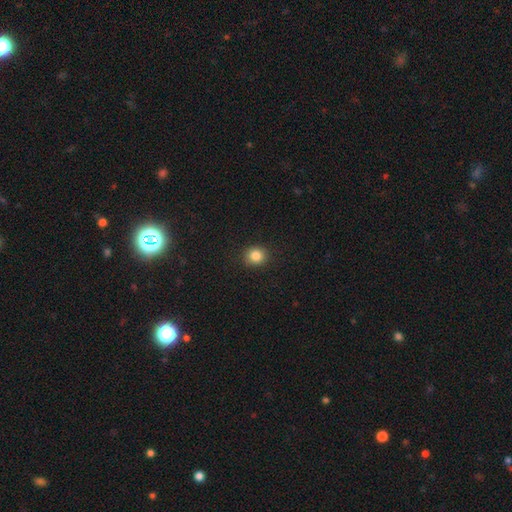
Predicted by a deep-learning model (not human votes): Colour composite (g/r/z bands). It shows a smooth galaxy with no disk features (85%) that is round (83%). Merging: none (90%).